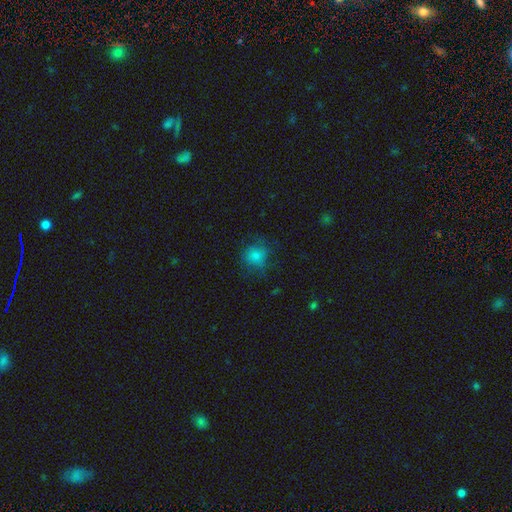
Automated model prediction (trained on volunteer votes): smooth_or_featured: smooth (p=0.75) [alt: star or artifact p=0.14]
how_rounded: round (p=0.84) [alt: in between p=0.15]
merging: none (p=0.69) [alt: minor disturbance p=0.20]